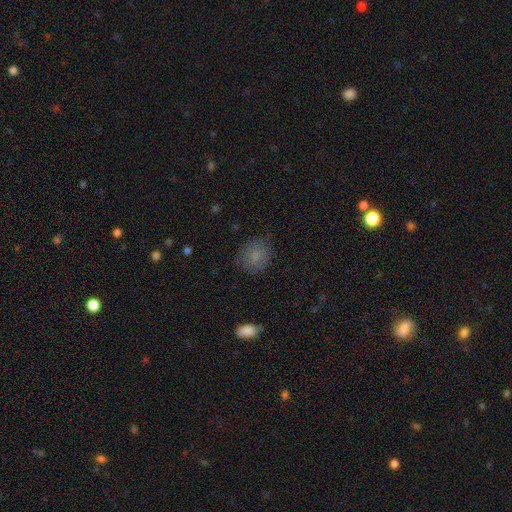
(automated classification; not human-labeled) Smooth or featured: smooth — 80% (featured or disk — 11%)
How rounded: round — 70% (in between — 29%)
Merging: none — 77% (minor disturbance — 17%)